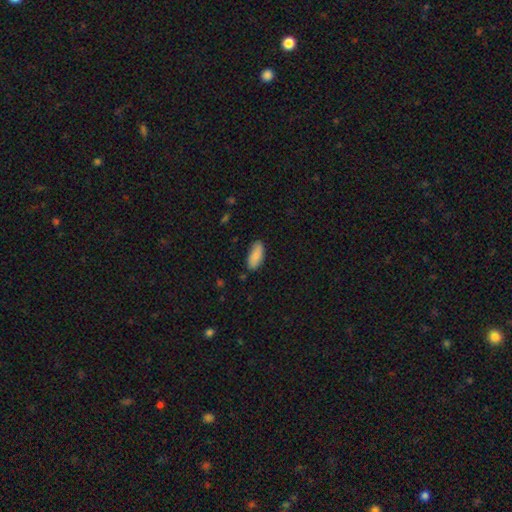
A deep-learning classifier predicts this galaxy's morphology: smooth-or-featured: smooth: 89% | star or artifact: 6% | featured or disk: 5%
  how-rounded: in between: 82% | cigar-shaped: 17% | round: 2%
  merging: none: 84% | minor disturbance: 13% | major disturbance: 2% | merger: 1%